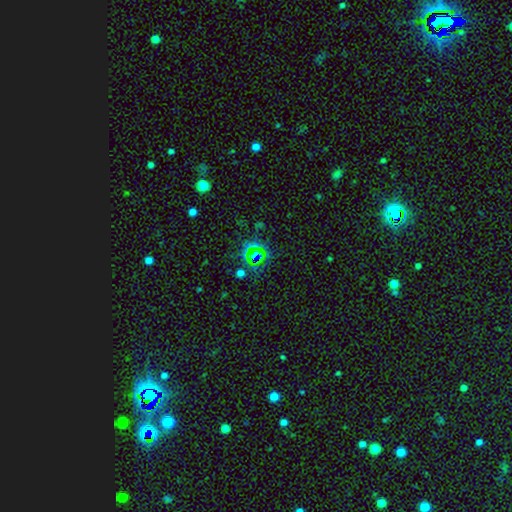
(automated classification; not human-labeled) A star or artifact, not a galaxy (60%).